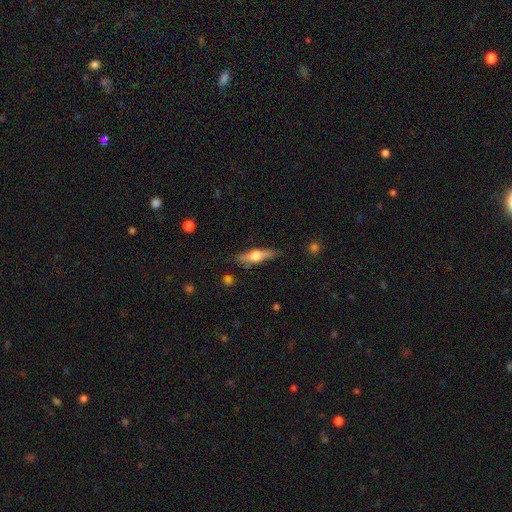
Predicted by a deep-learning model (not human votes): The model was most divided on "smooth or featured": featured or disk: 56%, smooth: 39%, star or artifact: 6%. More confident: edge-on disk — yes (94%); edge-on bulge — rounded (94%); merging — none (85%).